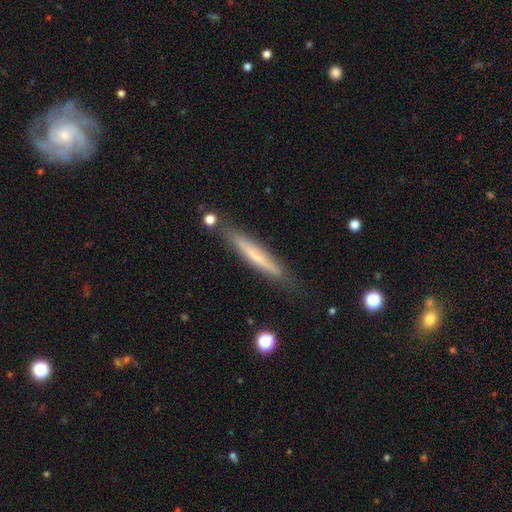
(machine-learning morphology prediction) A smooth galaxy with no disk features (54%) that is cigar-shaped (94%). Merging: none (81%).